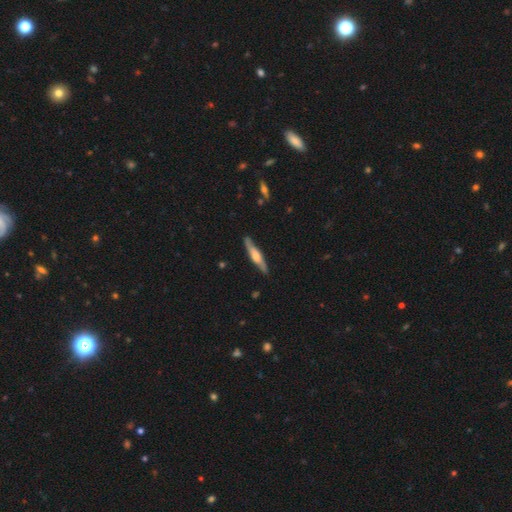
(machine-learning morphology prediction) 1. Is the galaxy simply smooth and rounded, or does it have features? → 60% featured or disk, 35% smooth, 5% star or artifact.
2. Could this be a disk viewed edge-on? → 88% yes, 12% no.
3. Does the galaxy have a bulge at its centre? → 80% rounded, 13% boxy, 8% none.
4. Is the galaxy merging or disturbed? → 86% none, 11% minor disturbance, 2% major disturbance, 1% merger.